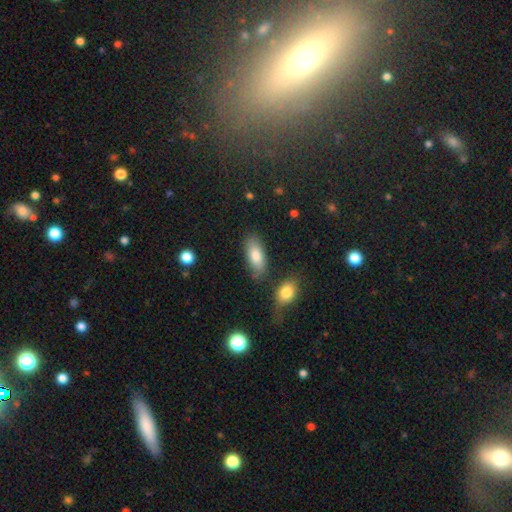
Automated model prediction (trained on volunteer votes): This appears to be a smooth galaxy with no disk features (82%) that is in between round and cigar-shaped (83%). Merging: none (75%).